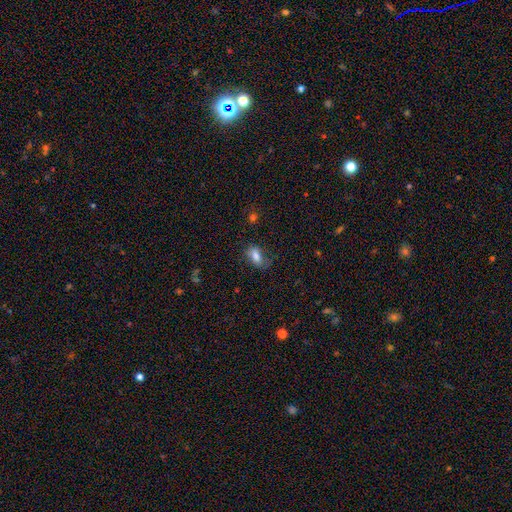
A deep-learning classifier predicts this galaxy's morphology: Overall: smooth (79%). How rounded: in between (87%). Merging: none (58%; minor disturbance 27%).